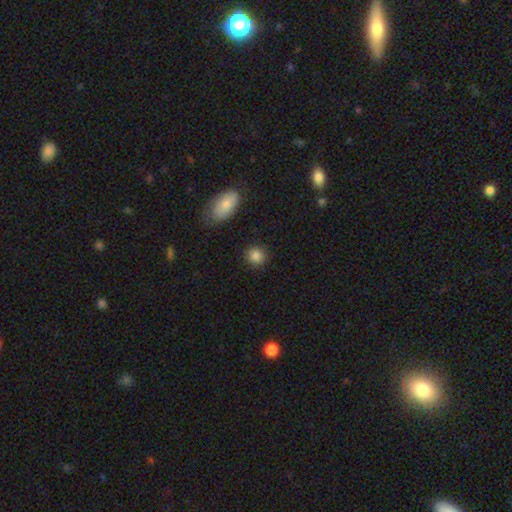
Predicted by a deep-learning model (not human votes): The model was most divided on "smooth or featured": smooth: 85%, star or artifact: 9%, featured or disk: 5%. More confident: merging — none (88%); how rounded — round (88%).